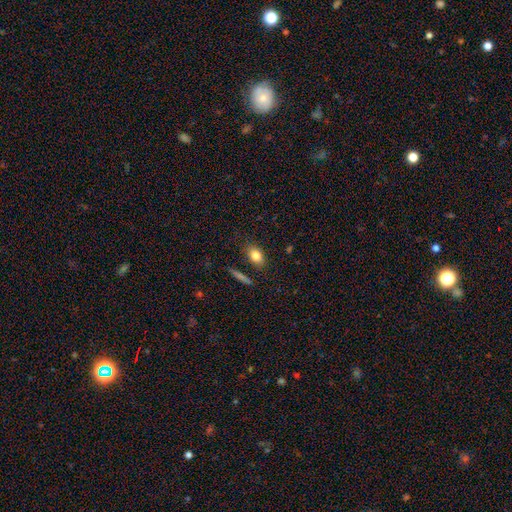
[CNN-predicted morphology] smooth-or-featured: smooth: 82% | featured or disk: 10% | star or artifact: 8%
  how-rounded: in between: 80% | round: 15% | cigar-shaped: 5%
  merging: none: 81% | minor disturbance: 13% | merger: 4% | major disturbance: 3%